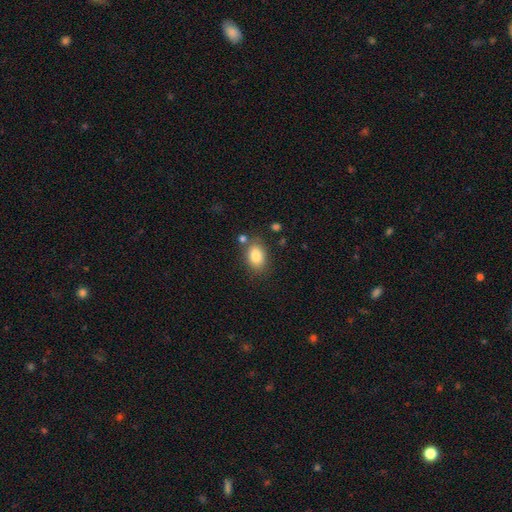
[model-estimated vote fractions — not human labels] The model was most divided on "merging": none: 74%, minor disturbance: 14%, merger: 8%, major disturbance: 4%. More confident: smooth or featured — smooth (84%); how rounded — in between (80%).